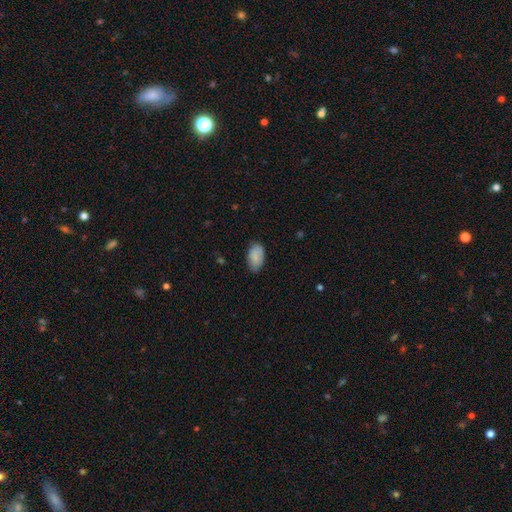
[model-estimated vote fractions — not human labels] Q: Smooth or featured?
A: smooth (85%); runner-up: featured or disk (8%)
Q: How rounded?
A: in between (94%); runner-up: round (4%)
Q: Merging?
A: none (76%); runner-up: minor disturbance (19%)